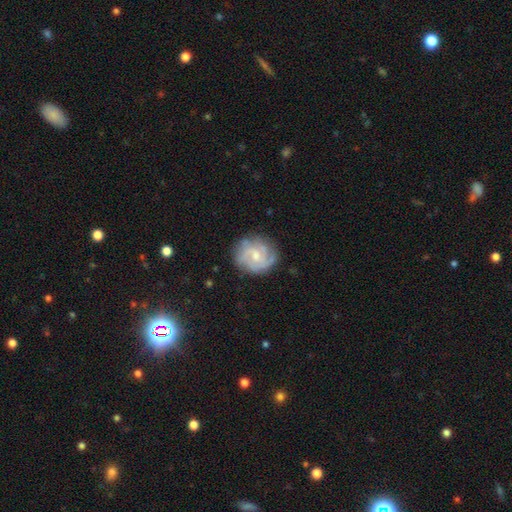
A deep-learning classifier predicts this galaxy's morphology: Smooth or featured? Predicted: featured or disk (p=0.80). Edge-on disk? Predicted: no (p=0.98). Bar? Predicted: no (p=0.55). Spiral arms? Predicted: yes (p=0.95). Spiral winding? Predicted: tight (p=0.57). Spiral arm count? Predicted: 2 (p=0.31, tied with 3). Bulge size? Predicted: small (p=0.49). Merging? Predicted: none (p=0.77).